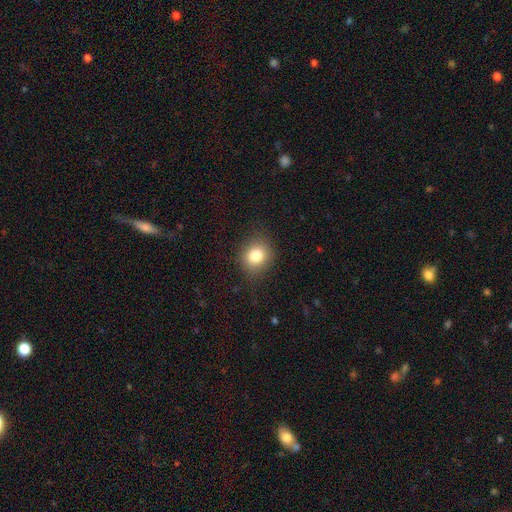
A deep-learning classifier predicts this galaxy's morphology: The model was most divided on "how rounded": round: 75%, in between: 24%, cigar-shaped: 1%. More confident: merging — none (85%); smooth or featured — smooth (81%).